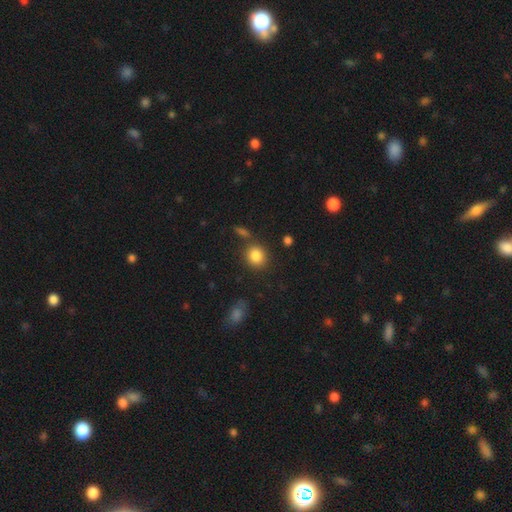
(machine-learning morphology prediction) type=smooth (86%); roundness=round (73%); merging=none (78%).